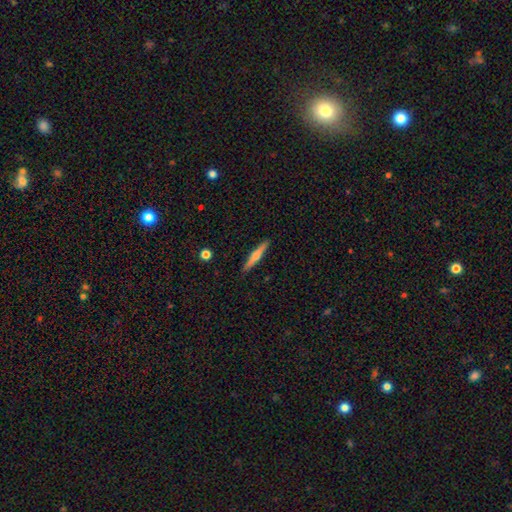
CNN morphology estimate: This is possibly a featured or disk galaxy (54%). It is clearly viewed edge-on (97%). Edge-on bulge: clearly rounded (85%). Merging: clearly none (91%).